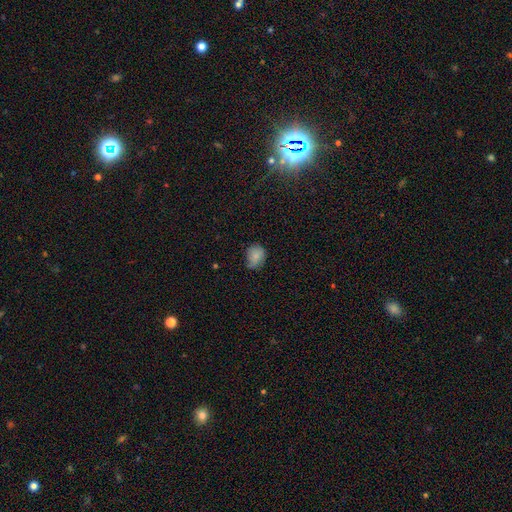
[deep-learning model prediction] Smooth or featured? Predicted: smooth (p=0.81). How rounded? Predicted: in between (p=0.52). Merging? Predicted: none (p=0.54).